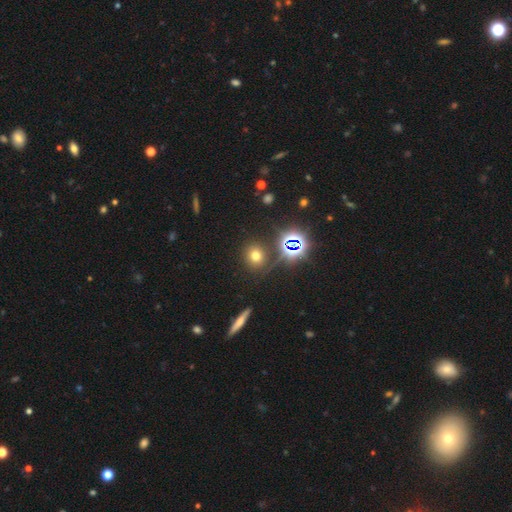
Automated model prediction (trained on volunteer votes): smooth_or_featured: smooth (p=0.62) [alt: star or artifact p=0.28]
how_rounded: round (p=0.82) [alt: in between p=0.17]
merging: none (p=0.83) [alt: minor disturbance p=0.09]